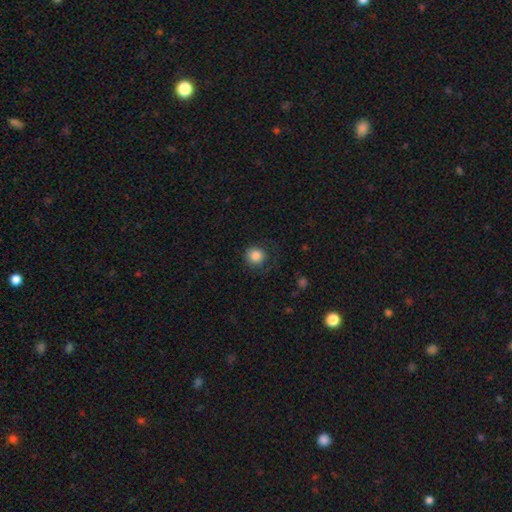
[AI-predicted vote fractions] smooth-or-featured: smooth: 86% | star or artifact: 9% | featured or disk: 5%
  how-rounded: round: 91% | in between: 8% | cigar-shaped: 1%
  merging: none: 77% | minor disturbance: 14% | major disturbance: 8% | merger: 1%